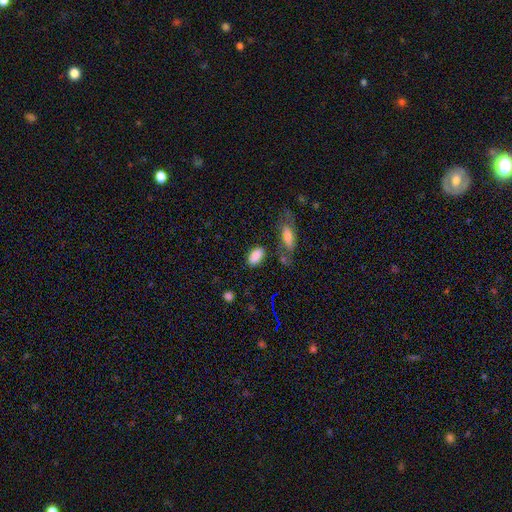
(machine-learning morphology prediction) A smooth galaxy with no disk features (86%) that is in between round and cigar-shaped (91%).

Vote fractions:
- Smooth or featured? smooth: 86% / star or artifact: 8% / featured or disk: 6%
- How rounded? in between: 91% / round: 5% / cigar-shaped: 4%
- Merging? none: 76% / minor disturbance: 14% / merger: 6% / major disturbance: 4%